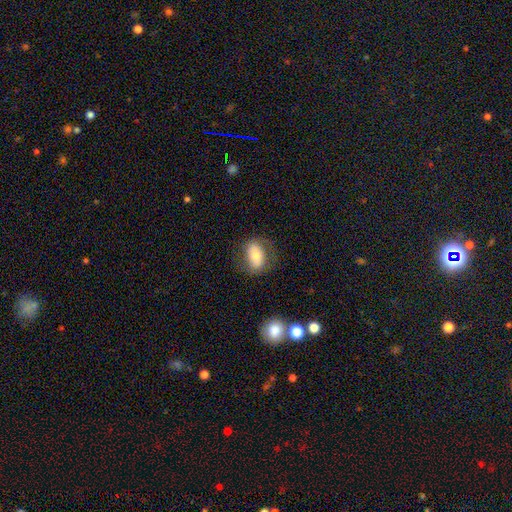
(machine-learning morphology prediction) Overall: smooth (71%). How rounded: in between (86%). Merging: none (72%).